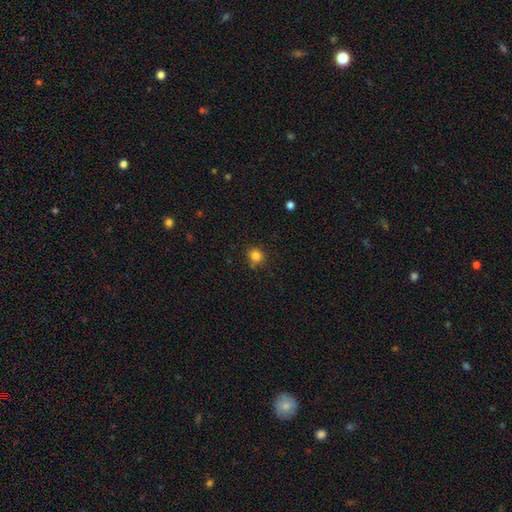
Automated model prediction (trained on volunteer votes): Smooth or featured?
  - smooth: 84% *
  - star or artifact: 12%
  - featured or disk: 5%
How rounded?
  - round: 88% *
  - in between: 11%
  - cigar-shaped: 1%
Merging?
  - none: 81% *
  - minor disturbance: 14%
  - major disturbance: 3%
  - merger: 3%